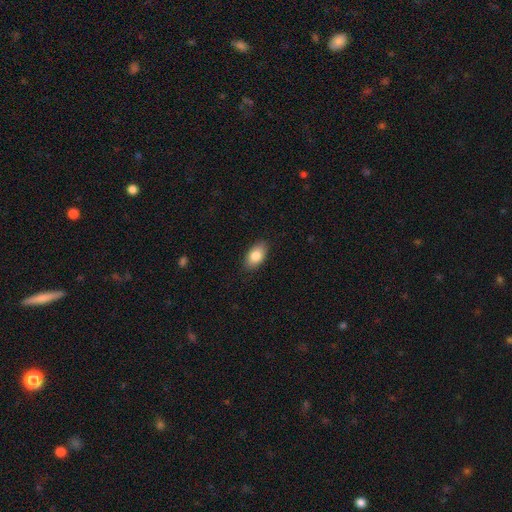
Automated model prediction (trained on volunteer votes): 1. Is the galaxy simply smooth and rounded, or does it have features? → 83% smooth, 10% featured or disk, 7% star or artifact.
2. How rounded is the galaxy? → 93% in between, 5% round, 3% cigar-shaped.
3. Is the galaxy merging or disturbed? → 87% none, 10% minor disturbance, 2% major disturbance, 1% merger.